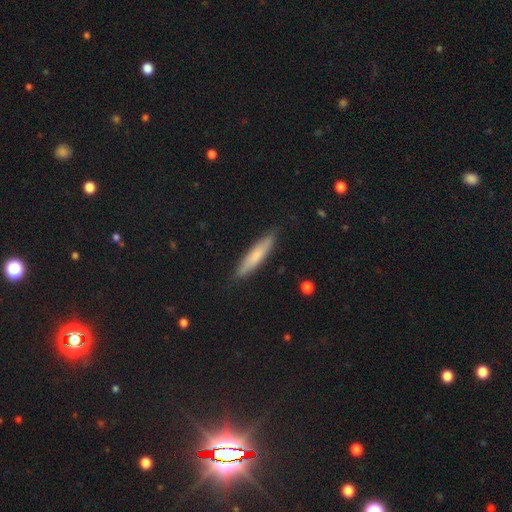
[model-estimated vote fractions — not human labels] This appears to be a smooth galaxy with no disk features (71%) that is cigar-shaped (87%). Merging: none (87%).